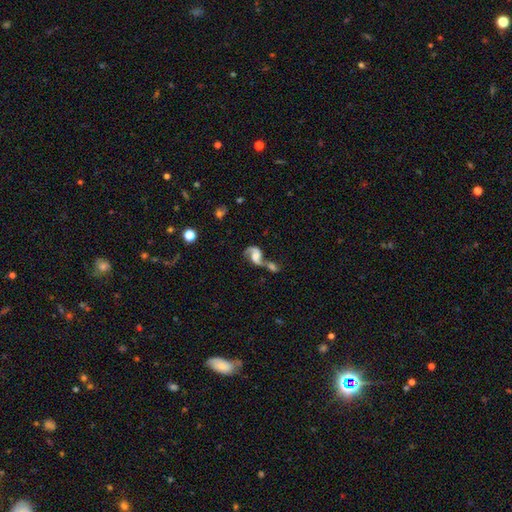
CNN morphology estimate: This is likely a featured or disk galaxy (76%). It is clearly not viewed edge-on (97%). Bar: possibly no (52%). Spiral arm pattern: clearly yes (92%). Spiral arm count: clearly 2 (84%). Spiral winding: likely loose (65%). Central bulge: marginally none (31%). Merging: possibly merger (53%).